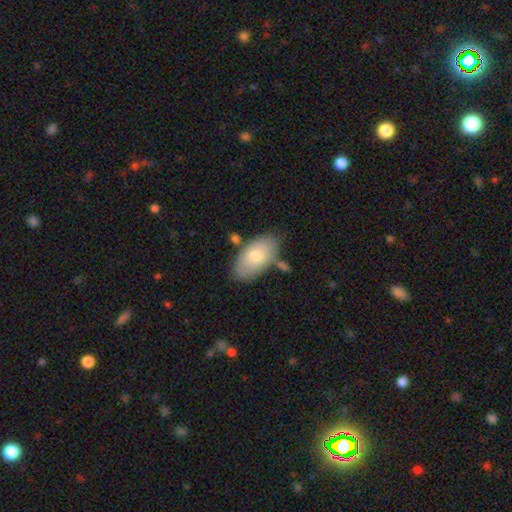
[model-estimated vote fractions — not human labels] Smooth or featured?
  - smooth: 75% *
  - featured or disk: 20%
  - star or artifact: 6%
How rounded?
  - in between: 94% *
  - round: 4%
  - cigar-shaped: 2%
Merging?
  - none: 72% *
  - minor disturbance: 17%
  - merger: 7%
  - major disturbance: 4%